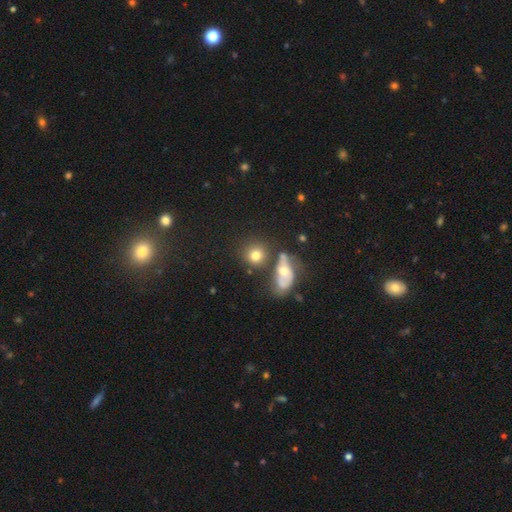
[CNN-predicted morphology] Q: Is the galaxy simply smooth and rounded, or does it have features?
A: smooth — 74%.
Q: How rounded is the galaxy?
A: round — 79%.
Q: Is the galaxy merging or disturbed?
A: none — 58%.